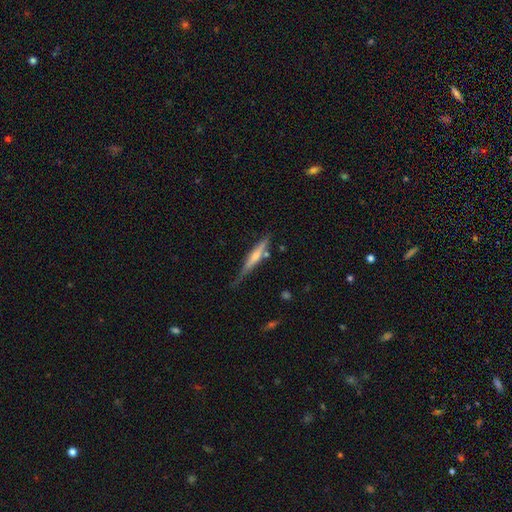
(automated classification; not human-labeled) A featured or disk galaxy (52%) viewed edge-on (94%). Merging: none (63%).